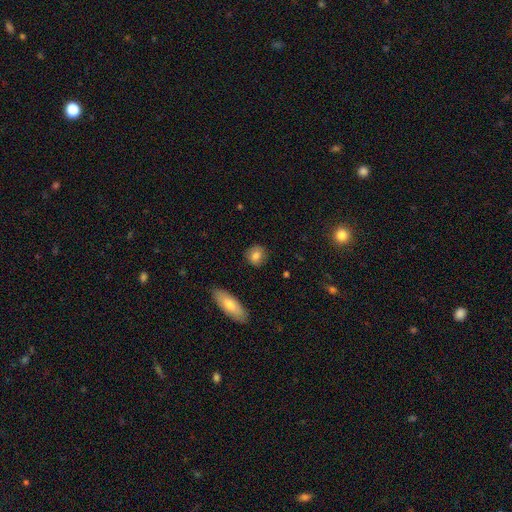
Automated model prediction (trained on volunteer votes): A smooth galaxy with no disk features (81%) that is round (75%). Merging: none (87%).